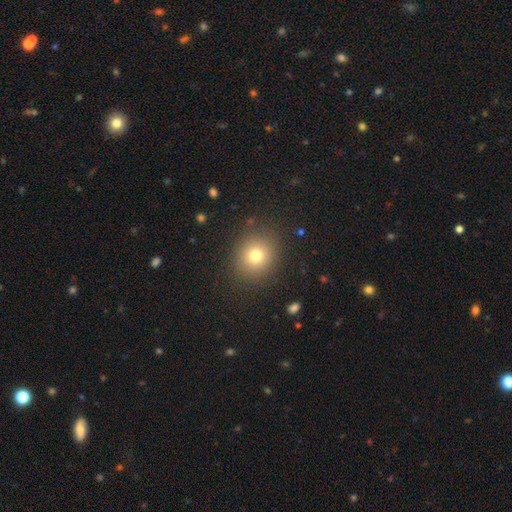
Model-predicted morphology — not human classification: The model was most divided on "smooth or featured": smooth: 75%, star or artifact: 14%, featured or disk: 11%. More confident: merging — none (86%); how rounded — round (82%).